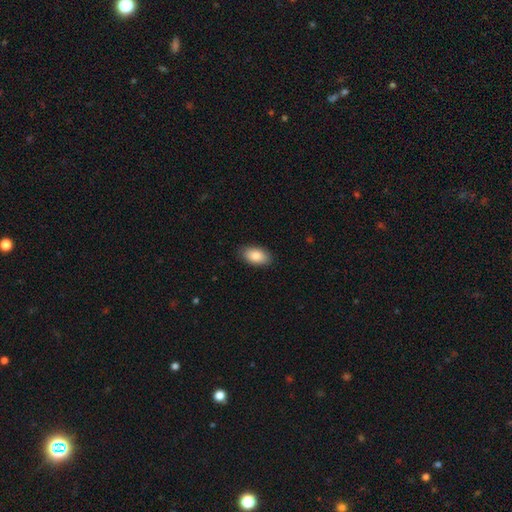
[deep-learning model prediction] This is clearly a smooth galaxy (86%). How rounded: clearly in between (94%). Merging: clearly none (88%).